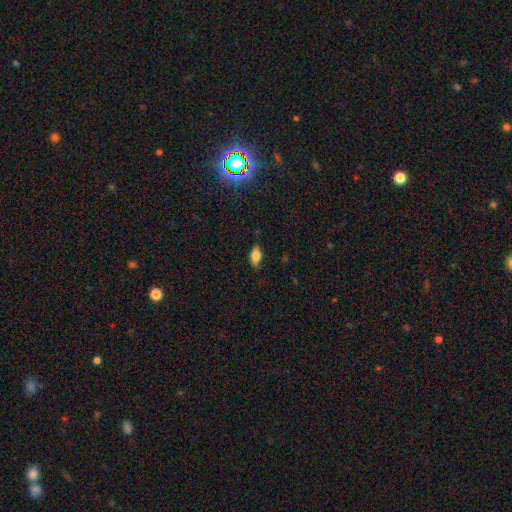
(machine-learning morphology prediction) The model was most divided on "merging": none: 77%, minor disturbance: 18%, major disturbance: 4%, merger: 1%. More confident: how rounded — in between (86%); smooth or featured — smooth (79%).